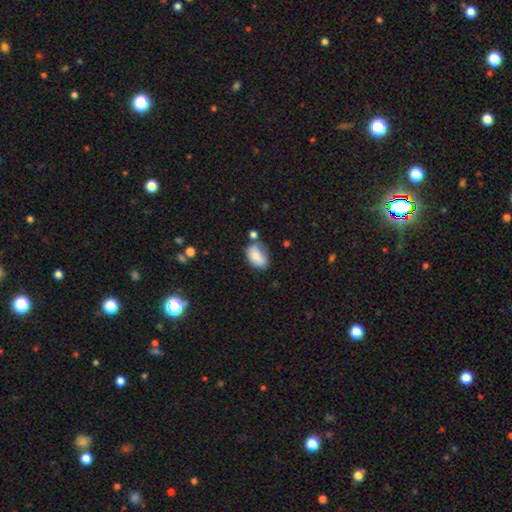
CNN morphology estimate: This appears to be a smooth galaxy with no disk features (72%) that is in between round and cigar-shaped (85%). Merging: none (52%).